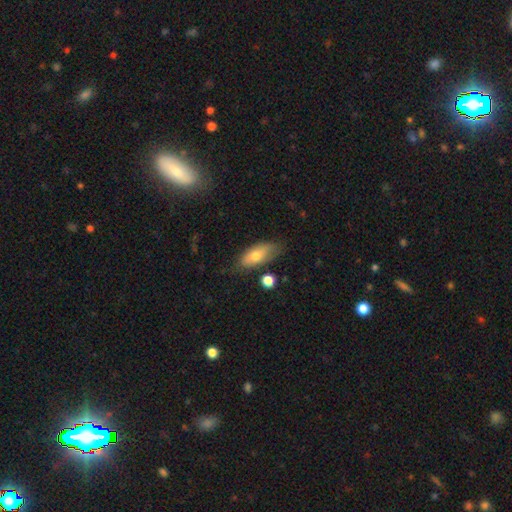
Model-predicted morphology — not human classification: smooth_or_featured: smooth (p=0.72) [alt: featured or disk p=0.21]
how_rounded: in between (p=0.84) [alt: cigar-shaped p=0.12]
merging: none (p=0.68) [alt: minor disturbance p=0.23]